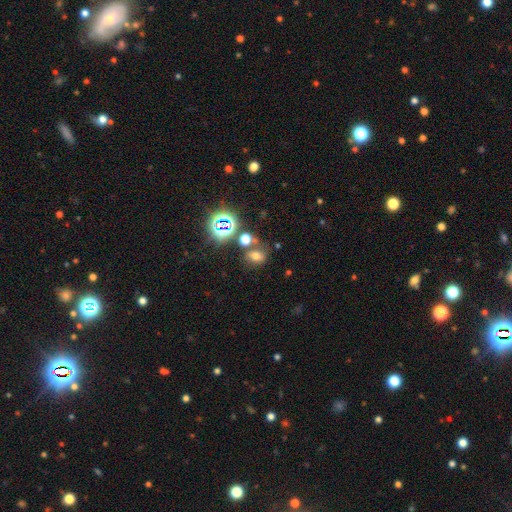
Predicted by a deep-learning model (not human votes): Morphology: type=smooth (54%); roundness=in between (54%); merging=none (59%).